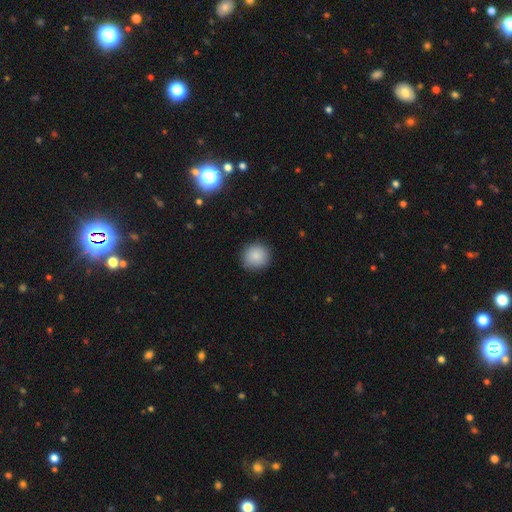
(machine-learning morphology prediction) Q: Smooth or featured?
A: smooth (87%); runner-up: star or artifact (8%)
Q: How rounded?
A: round (92%); runner-up: in between (7%)
Q: Merging?
A: none (89%); runner-up: minor disturbance (8%)